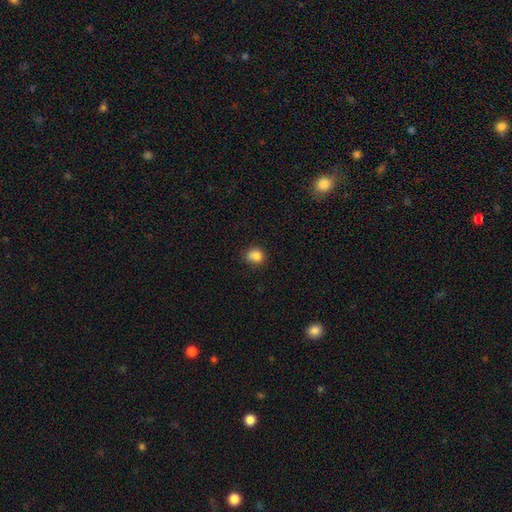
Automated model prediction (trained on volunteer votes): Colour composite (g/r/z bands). It shows a smooth galaxy with no disk features (84%) that is round (71%). Merging: none (67%).